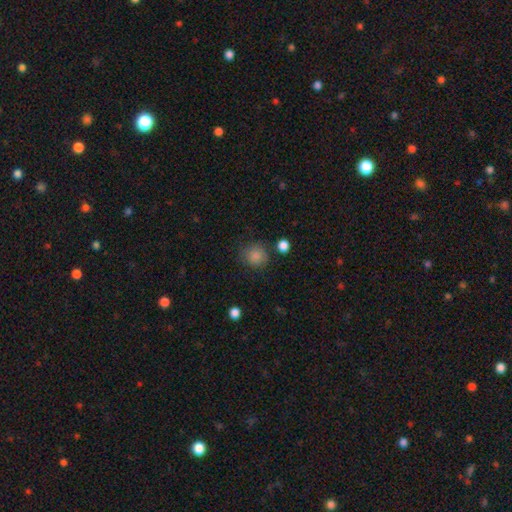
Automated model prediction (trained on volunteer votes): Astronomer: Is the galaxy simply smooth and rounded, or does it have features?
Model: smooth — 85%.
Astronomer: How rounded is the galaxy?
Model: round — 88%.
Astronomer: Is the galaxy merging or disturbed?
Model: none — 77%.